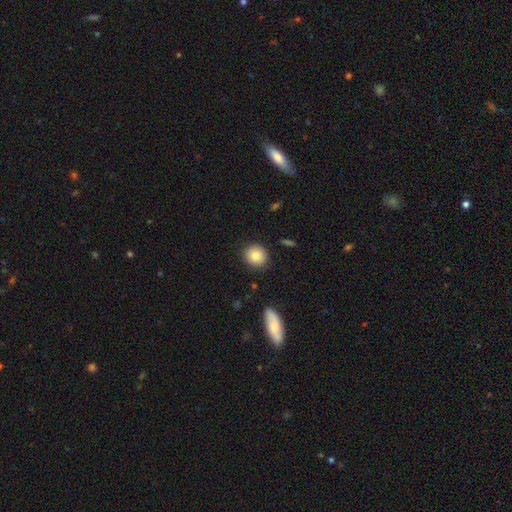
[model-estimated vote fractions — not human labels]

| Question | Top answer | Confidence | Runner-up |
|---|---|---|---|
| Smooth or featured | smooth | 85% | star or artifact (8%) |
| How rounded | round | 81% | in between (17%) |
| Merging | none | 89% | minor disturbance (8%) |